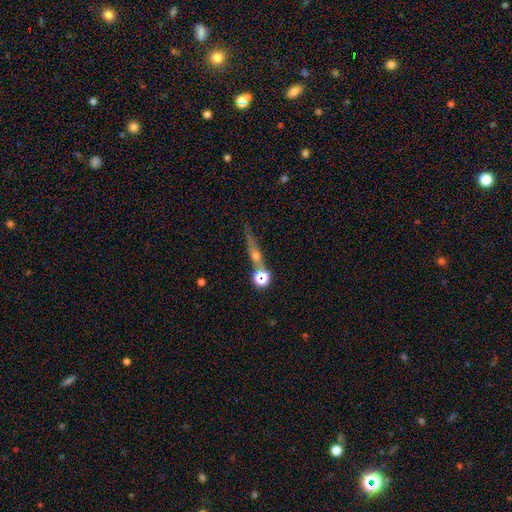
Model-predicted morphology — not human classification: Smooth or featured? featured or disk (46%)
Merging? none (61%)